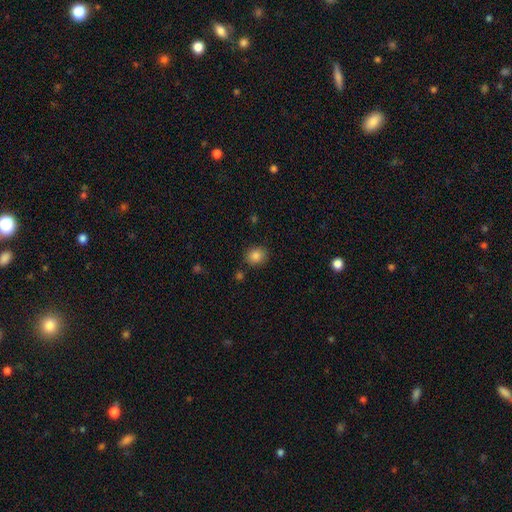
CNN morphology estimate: smooth-or-featured: smooth: 85% | star or artifact: 10% | featured or disk: 5%
  how-rounded: round: 69% | in between: 30% | cigar-shaped: 1%
  merging: none: 84% | minor disturbance: 10% | merger: 3% | major disturbance: 3%